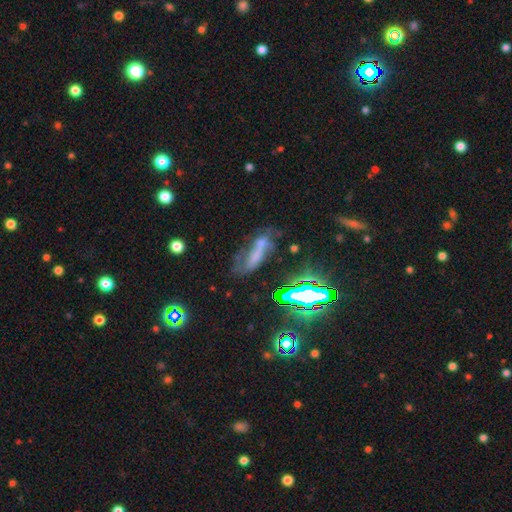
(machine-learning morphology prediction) smooth_or_featured: smooth (p=0.44) [alt: featured or disk p=0.35]
merging: none (p=0.32) [alt: major disturbance p=0.31]